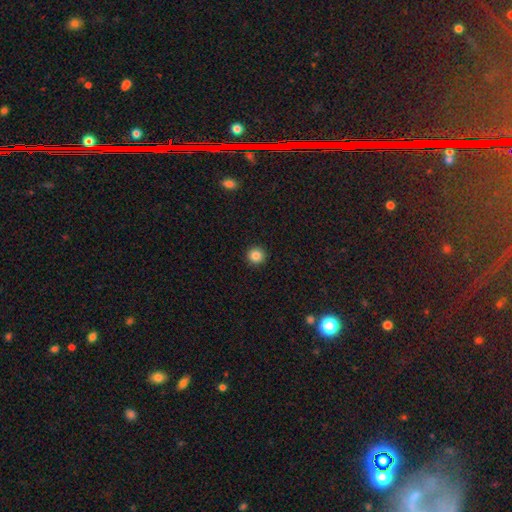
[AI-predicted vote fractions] Smooth or featured? smooth (85%)
How rounded? round (95%)
Merging? none (93%)